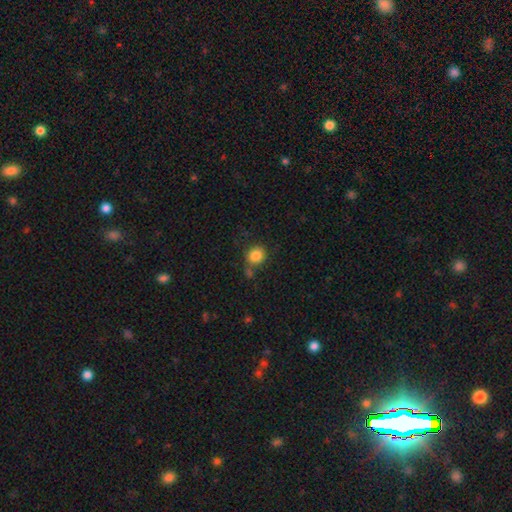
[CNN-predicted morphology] Smooth or featured?
  - smooth: 85% *
  - star or artifact: 10%
  - featured or disk: 5%
How rounded?
  - round: 79% *
  - in between: 20%
  - cigar-shaped: 1%
Merging?
  - none: 72% *
  - minor disturbance: 13%
  - merger: 11%
  - major disturbance: 4%